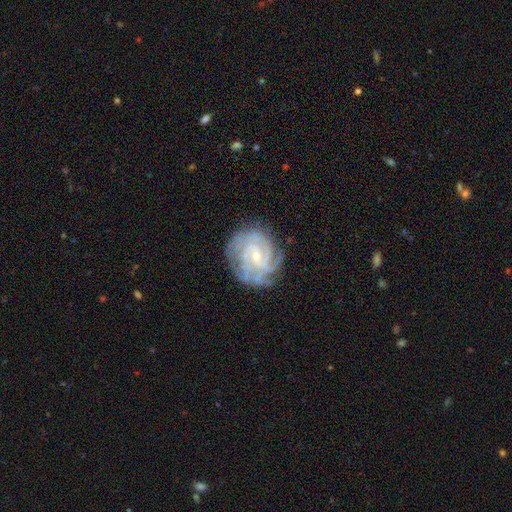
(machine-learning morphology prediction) featured or disk 88%, smooth 6%, star or artifact 6%. Down the decision tree: edge-on disk — no (98%); bar — no (48%); spiral arms — yes (97%); spiral arm count — 3 (26%); spiral winding — tight (70%); bulge size — small (73%); merging — none (75%).